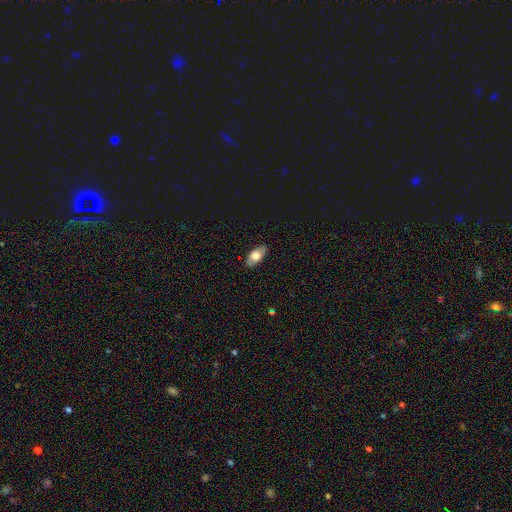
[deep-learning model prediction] A smooth galaxy with no disk features (68%) that is in between round and cigar-shaped (90%). Merging: none (84%).